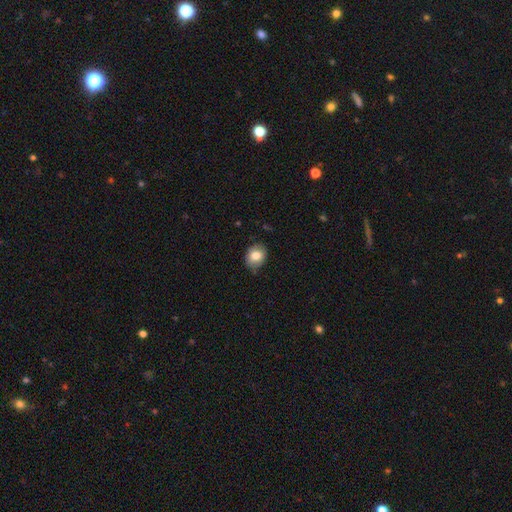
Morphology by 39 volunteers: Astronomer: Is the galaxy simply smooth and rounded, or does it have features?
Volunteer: smooth — 92%.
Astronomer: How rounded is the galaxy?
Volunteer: round — 58% (runner-up: in between, 39%).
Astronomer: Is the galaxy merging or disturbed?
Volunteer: none — 73%.